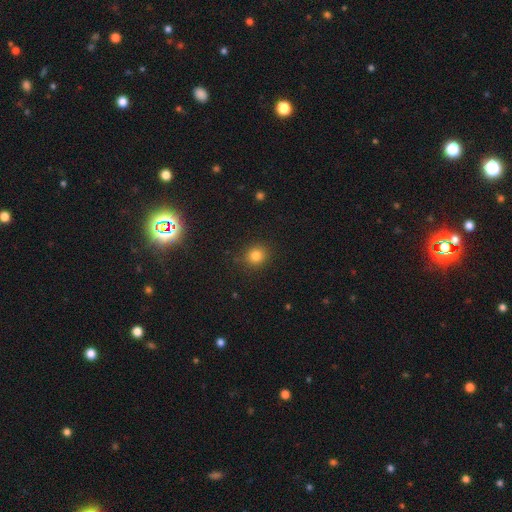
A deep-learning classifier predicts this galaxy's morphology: Smooth or featured?
  - smooth: 81% *
  - star or artifact: 13%
  - featured or disk: 6%
How rounded?
  - round: 80% *
  - in between: 19%
  - cigar-shaped: 1%
Merging?
  - none: 86% *
  - minor disturbance: 10%
  - major disturbance: 3%
  - merger: 1%